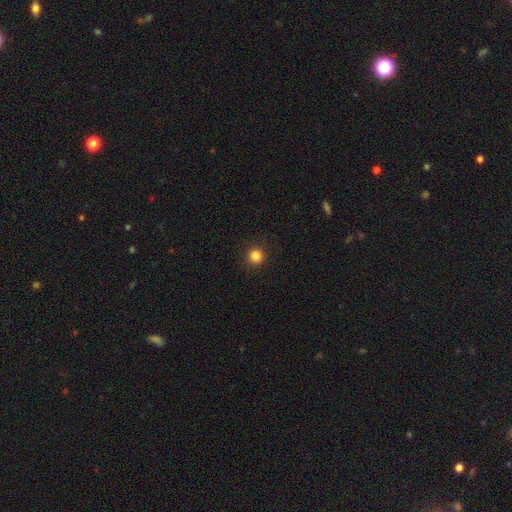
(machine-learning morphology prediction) Smooth or featured?
  - smooth: 85% *
  - star or artifact: 12%
  - featured or disk: 4%
How rounded?
  - round: 94% *
  - in between: 5%
  - cigar-shaped: 1%
Merging?
  - none: 91% *
  - minor disturbance: 6%
  - major disturbance: 2%
  - merger: 1%